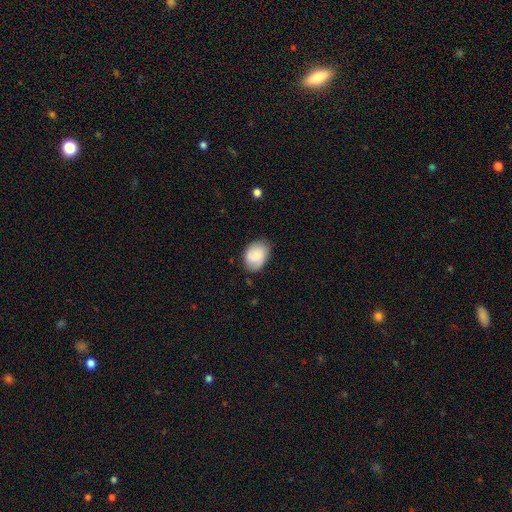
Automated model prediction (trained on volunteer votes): Smooth or featured: smooth — 58% (featured or disk — 34%)
How rounded: in between — 71% (round — 28%)
Merging: none — 75% (minor disturbance — 19%)